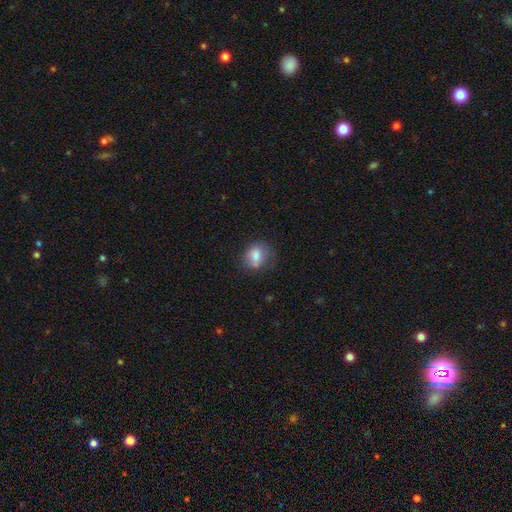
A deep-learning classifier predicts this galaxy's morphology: Smooth or featured? smooth (79%)
How rounded? round (56%)
Merging? none (59%)